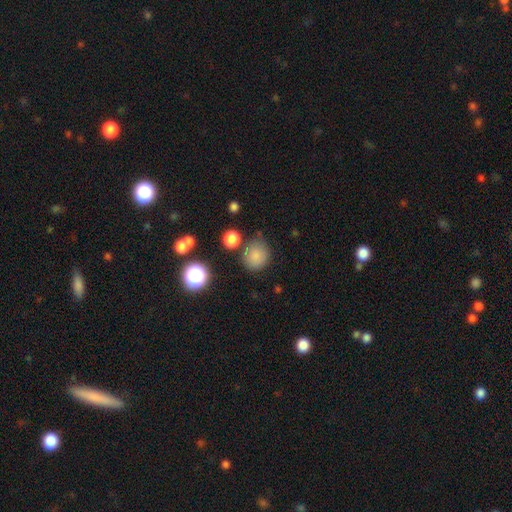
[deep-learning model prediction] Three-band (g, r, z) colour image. It shows a smooth galaxy with no disk features (81%) that is round (78%). Merging: none (72%).